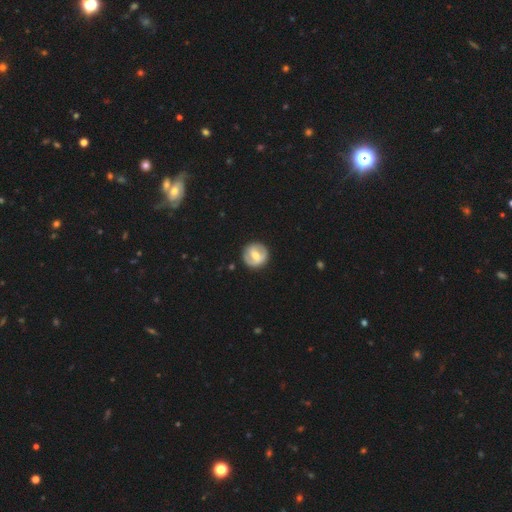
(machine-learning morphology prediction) A featured or disk galaxy (55%) with a weak bar (43%), spiral arms (51%) and a moderate central bulge (65%). Merging: none (84%).